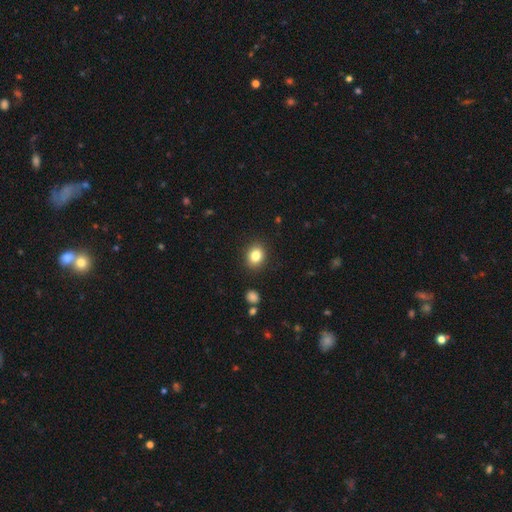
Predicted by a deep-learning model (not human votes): Smooth or featured?
  - smooth: 83% *
  - star or artifact: 10%
  - featured or disk: 6%
How rounded?
  - round: 56% *
  - in between: 43%
  - cigar-shaped: 1%
Merging?
  - none: 89% *
  - minor disturbance: 8%
  - major disturbance: 2%
  - merger: 1%